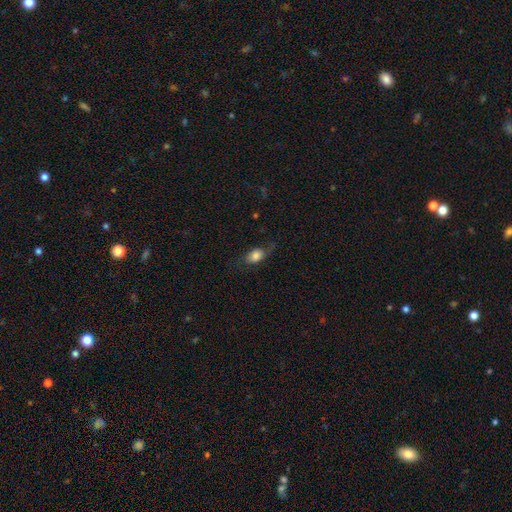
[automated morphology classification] smooth_or_featured: smooth (p=0.70) [alt: featured or disk p=0.22]
how_rounded: in between (p=0.82) [alt: round p=0.14]
merging: none (p=0.60) [alt: minor disturbance p=0.23]